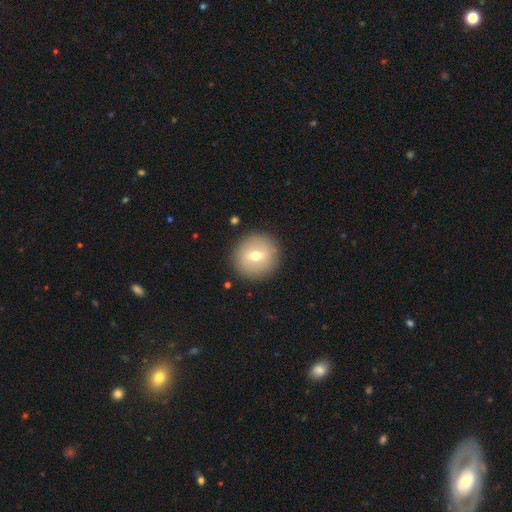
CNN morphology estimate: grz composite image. It shows a smooth galaxy with no disk features (60%) that is round (92%). Merging: none (89%).